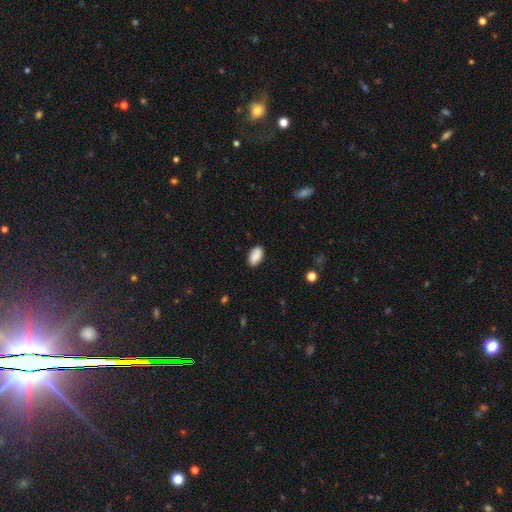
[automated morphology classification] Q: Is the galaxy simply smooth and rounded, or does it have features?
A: smooth — 88%.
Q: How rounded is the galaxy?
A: in between — 93%.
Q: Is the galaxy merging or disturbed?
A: none — 84%.